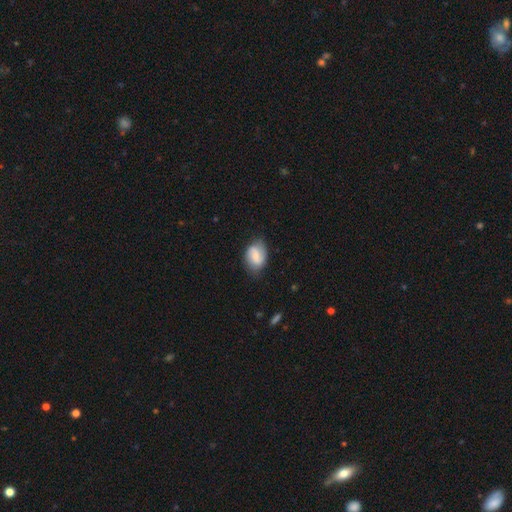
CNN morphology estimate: Smooth or featured? Predicted: smooth (p=0.49). Merging? Predicted: none (p=0.72).